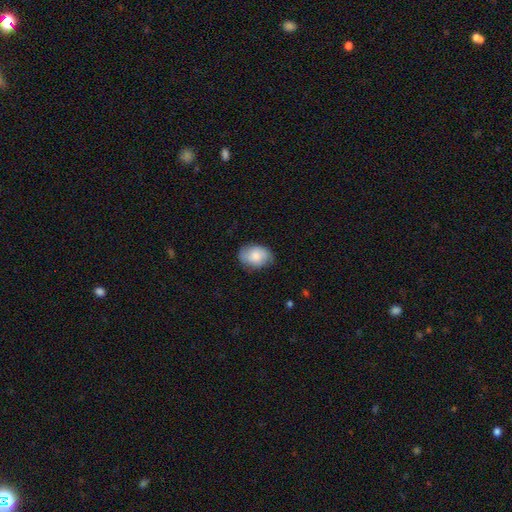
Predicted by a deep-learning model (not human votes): Morphology: type=smooth (74%); roundness=in between (74%); merging=none (74%).